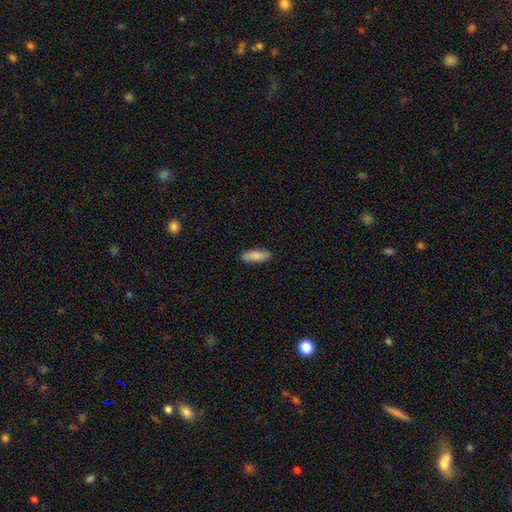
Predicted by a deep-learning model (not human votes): A smooth galaxy with no disk features (85%) that is in between round and cigar-shaped (64%).

Vote fractions:
- Smooth or featured? smooth: 85% / featured or disk: 9% / star or artifact: 6%
- How rounded? in between: 64% / cigar-shaped: 35% / round: 2%
- Merging? none: 86% / minor disturbance: 10% / major disturbance: 2% / merger: 1%